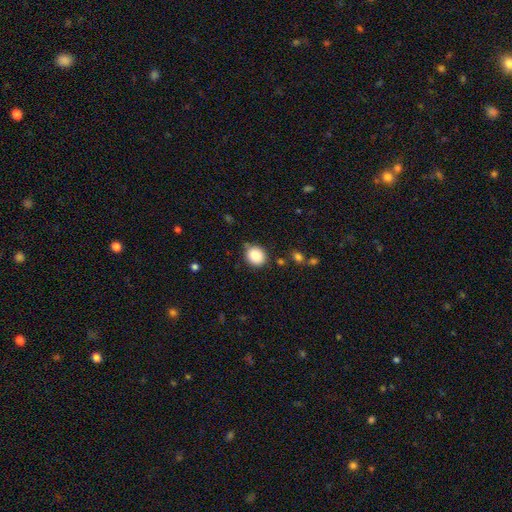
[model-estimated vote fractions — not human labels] The model was most divided on "how rounded": round: 77%, in between: 22%, cigar-shaped: 1%. More confident: smooth or featured — smooth (85%); merging — none (83%).